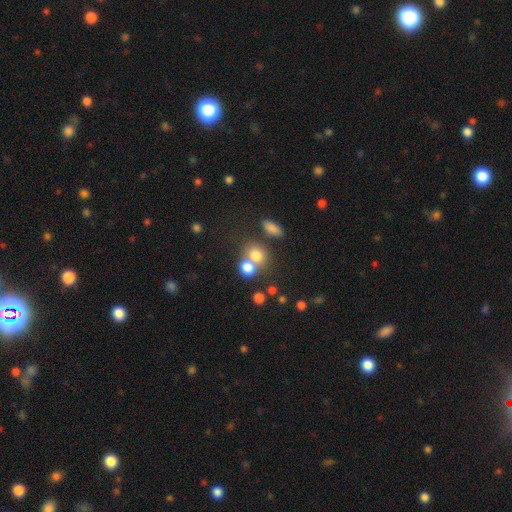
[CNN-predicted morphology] Smooth or featured: smooth — 76% (star or artifact — 12%)
How rounded: round — 65% (in between — 34%)
Merging: merger — 47% (none — 39%)